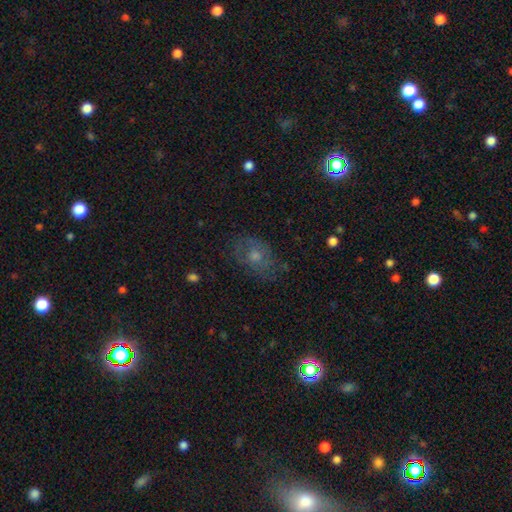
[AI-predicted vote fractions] Morphology: type=featured or disk (45%); merging=none (69%).